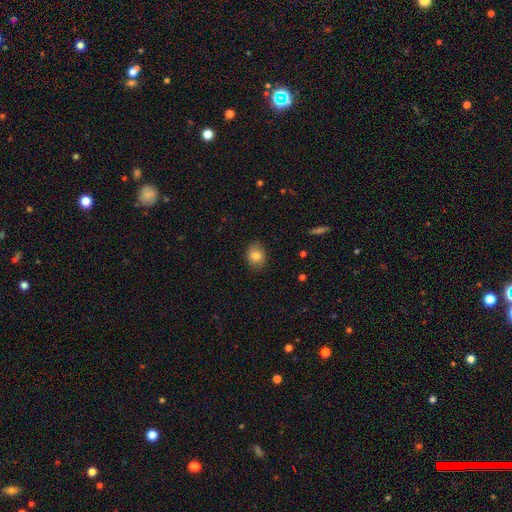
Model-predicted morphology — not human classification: smooth 82%, star or artifact 9%, featured or disk 9%. Down the decision tree: how rounded — round (50%); merging — none (83%).